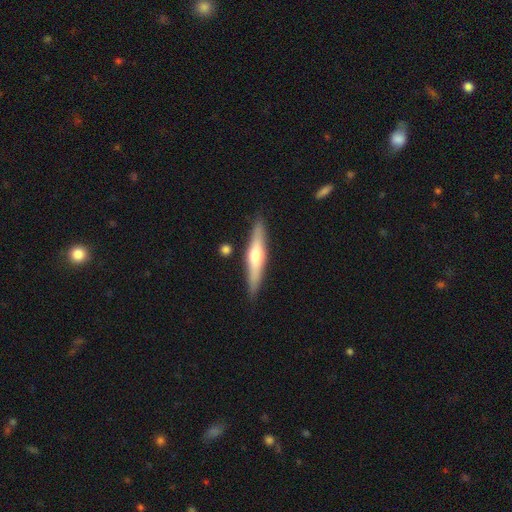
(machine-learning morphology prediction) smooth_or_featured: featured or disk (p=0.58) [alt: smooth p=0.37]
disk_edge_on: yes (p=0.94) [alt: no p=0.06]
edge_on_bulge: rounded (p=0.89) [alt: none p=0.06]
merging: none (p=0.87) [alt: minor disturbance p=0.09]